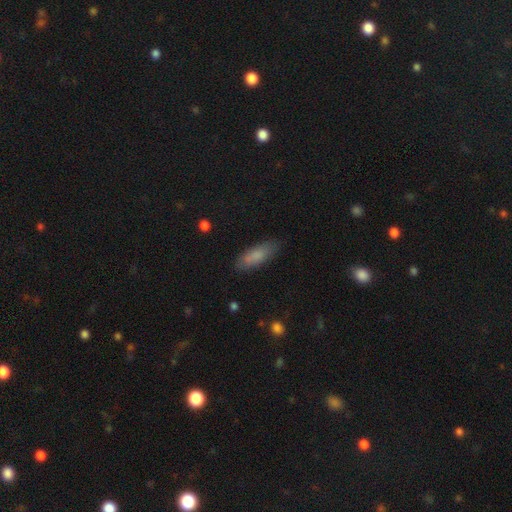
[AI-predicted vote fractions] Q: Smooth or featured?
A: smooth (83%); runner-up: featured or disk (11%)
Q: How rounded?
A: in between (60%); runner-up: cigar-shaped (39%)
Q: Merging?
A: none (81%); runner-up: minor disturbance (14%)